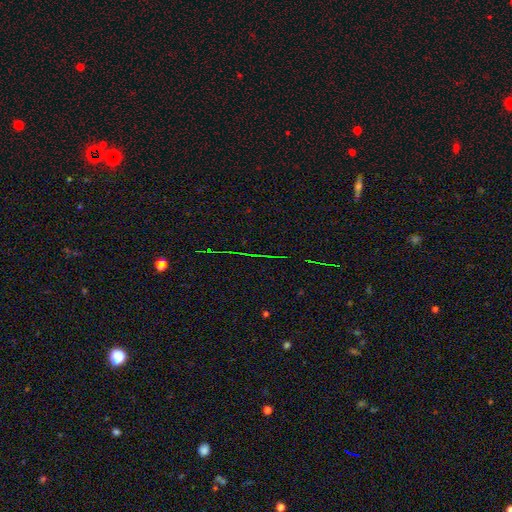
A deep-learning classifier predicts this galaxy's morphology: star or artifact 76%, smooth 13%, featured or disk 12%.